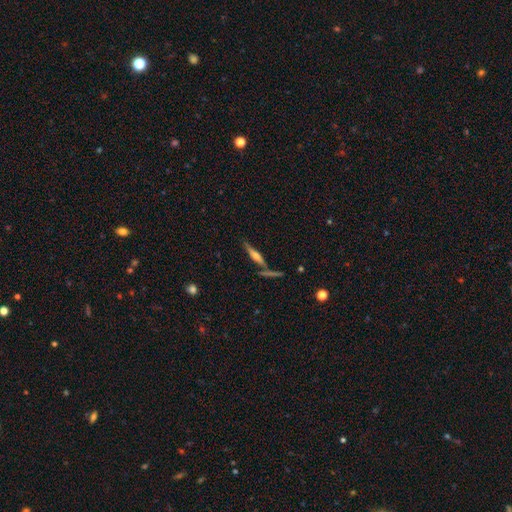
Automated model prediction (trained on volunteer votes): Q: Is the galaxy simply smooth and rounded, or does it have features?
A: featured or disk — 68%.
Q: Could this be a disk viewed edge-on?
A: yes — 95%.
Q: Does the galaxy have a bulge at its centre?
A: rounded — 81%.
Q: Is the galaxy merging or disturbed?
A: none — 73%.